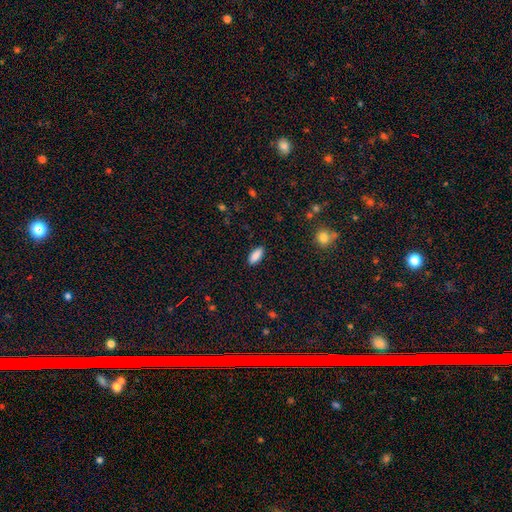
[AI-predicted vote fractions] A smooth galaxy with no disk features (87%) that is in between round and cigar-shaped (81%). Merging: none (89%).